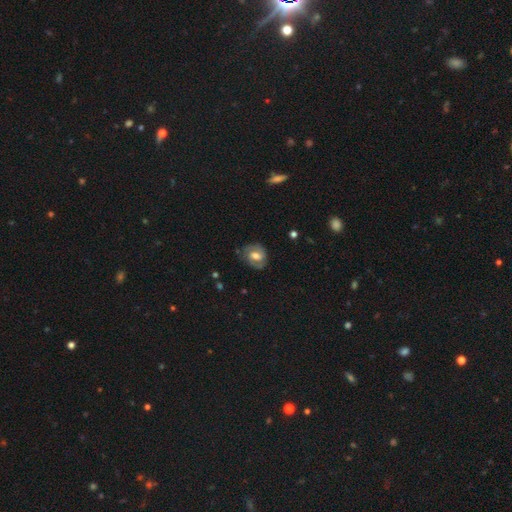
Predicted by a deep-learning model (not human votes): This is likely a featured or disk galaxy (63%). It is clearly not viewed edge-on (97%). Bar: possibly weak (47%). Spiral arm pattern: clearly yes (84%). Spiral arm count: likely 2 (79%). Spiral winding: marginally medium (43%). Central bulge: likely moderate (63%). Merging: likely none (73%).